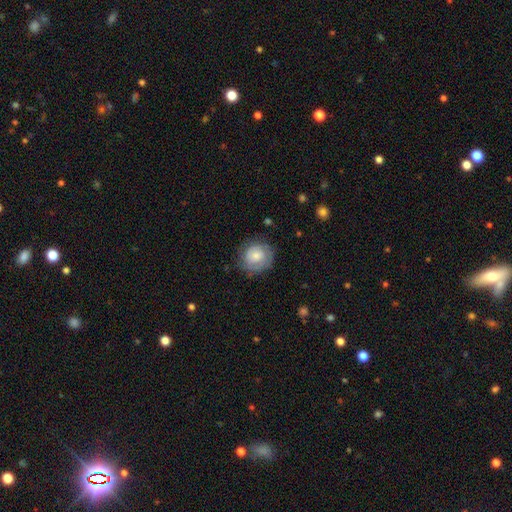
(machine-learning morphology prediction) A smooth galaxy with no disk features (57%) that is round (81%). Merging: none (74%).